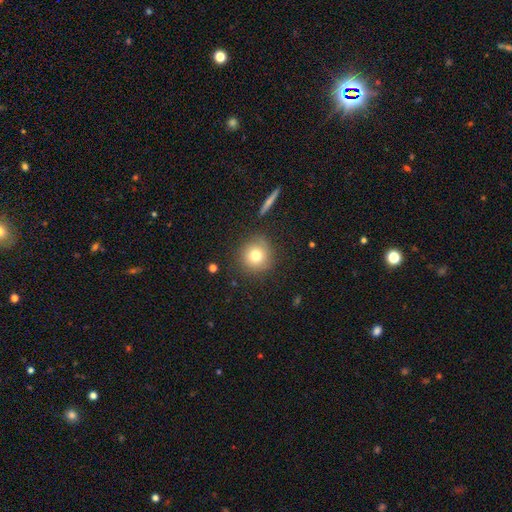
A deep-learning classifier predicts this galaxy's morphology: Smooth or featured: smooth — 76% (featured or disk — 12%)
How rounded: round — 93% (in between — 6%)
Merging: none — 84% (minor disturbance — 10%)